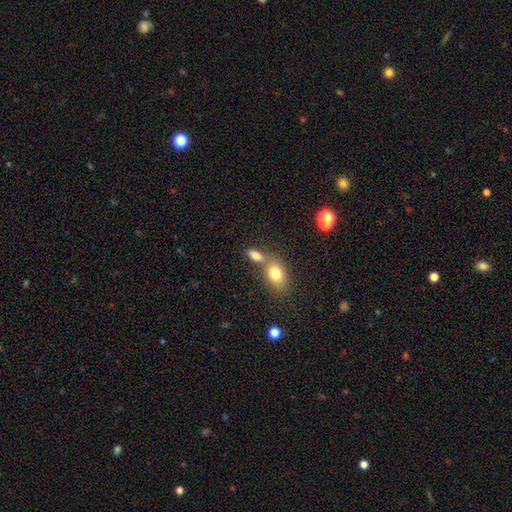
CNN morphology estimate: Smooth or featured? Predicted: smooth (p=0.80). How rounded? Predicted: in between (p=0.83). Merging? Predicted: none (p=0.45).